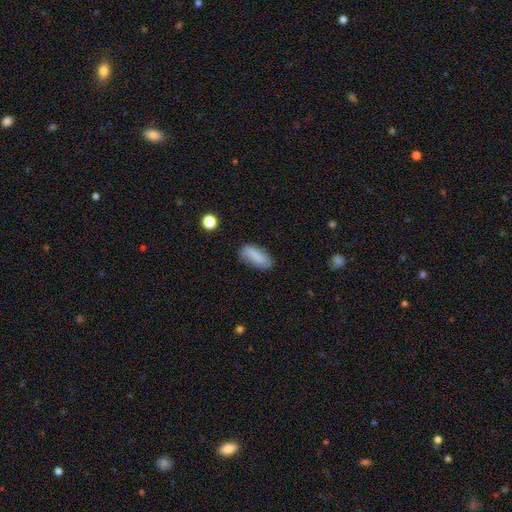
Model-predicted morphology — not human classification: Q: Smooth or featured?
A: smooth (80%); runner-up: featured or disk (12%)
Q: How rounded?
A: in between (78%); runner-up: cigar-shaped (19%)
Q: Merging?
A: none (75%); runner-up: minor disturbance (18%)